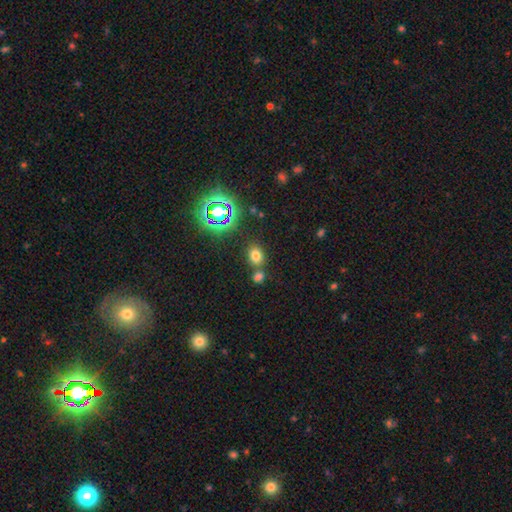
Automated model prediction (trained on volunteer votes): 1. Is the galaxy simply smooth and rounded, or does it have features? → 71% smooth, 21% star or artifact, 8% featured or disk.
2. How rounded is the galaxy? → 60% in between, 39% round, 1% cigar-shaped.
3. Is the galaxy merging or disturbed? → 65% none, 22% merger, 9% minor disturbance, 3% major disturbance.